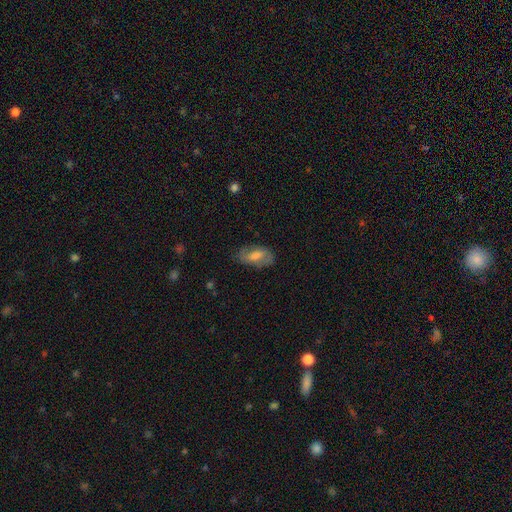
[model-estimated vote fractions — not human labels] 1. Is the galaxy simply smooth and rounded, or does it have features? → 49% smooth, 43% featured or disk, 7% star or artifact.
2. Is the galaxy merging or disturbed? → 72% none, 19% minor disturbance, 7% major disturbance, 1% merger.